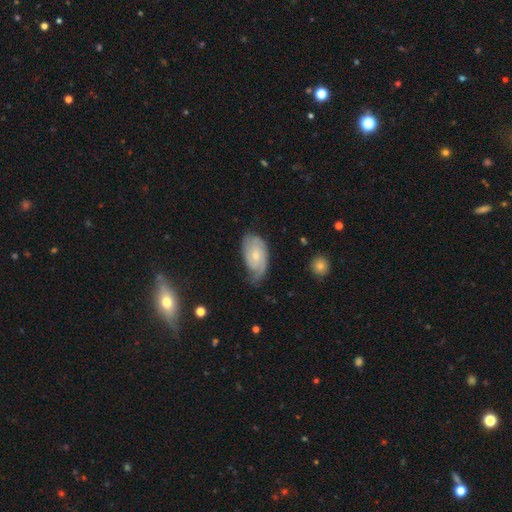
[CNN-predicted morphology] Overall: featured or disk (73%). Edge-on disk: no (96%). Bar: no (65%; weak 31%). Spiral arms: yes (93%). Spiral arm count: 2 (43%; can't tell 26%). Spiral winding: tight (55%; medium 34%). Bulge size: small (59%; moderate 34%). Merging: none (55%; minor disturbance 31%).